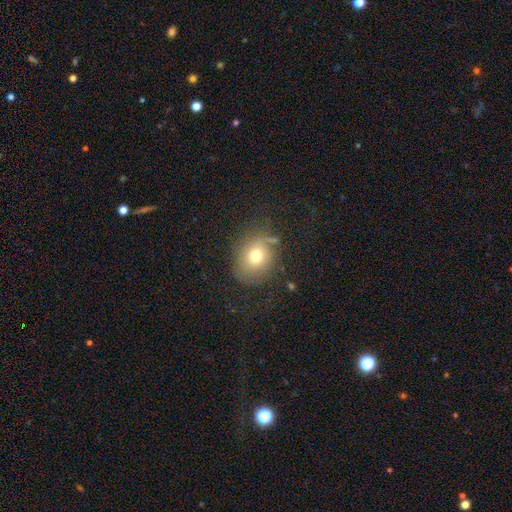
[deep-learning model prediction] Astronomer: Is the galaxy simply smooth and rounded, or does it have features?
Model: smooth — 68%.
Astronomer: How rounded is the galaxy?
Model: round — 56% (runner-up: in between, 43%).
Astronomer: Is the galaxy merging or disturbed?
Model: none — 67%.